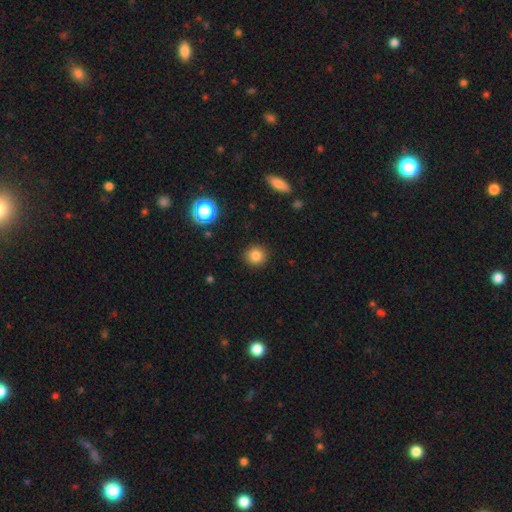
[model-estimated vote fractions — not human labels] This appears to be a smooth galaxy with no disk features (83%) that is round (92%). Merging: none (91%).